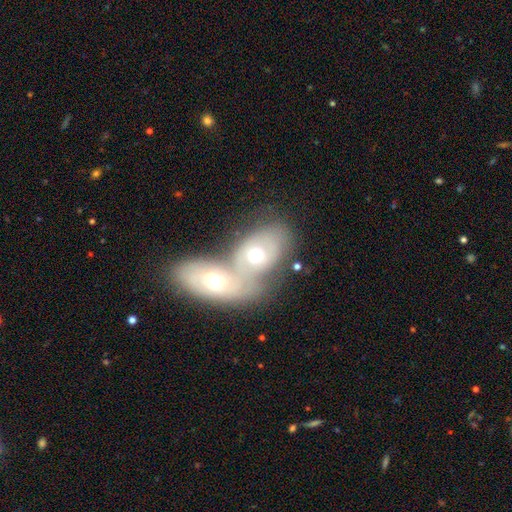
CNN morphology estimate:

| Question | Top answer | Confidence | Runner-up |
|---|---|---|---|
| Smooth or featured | smooth | 48% | featured or disk (45%) |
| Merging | merger | 74% | none (15%) |